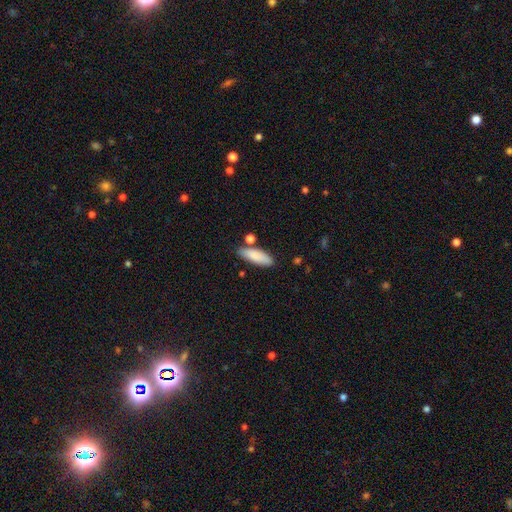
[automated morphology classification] A smooth galaxy with no disk features (86%) that is in between round and cigar-shaped (60%).

Vote fractions:
- Smooth or featured? smooth: 86% / featured or disk: 8% / star or artifact: 6%
- How rounded? in between: 60% / cigar-shaped: 37% / round: 2%
- Merging? none: 75% / minor disturbance: 14% / merger: 8% / major disturbance: 3%